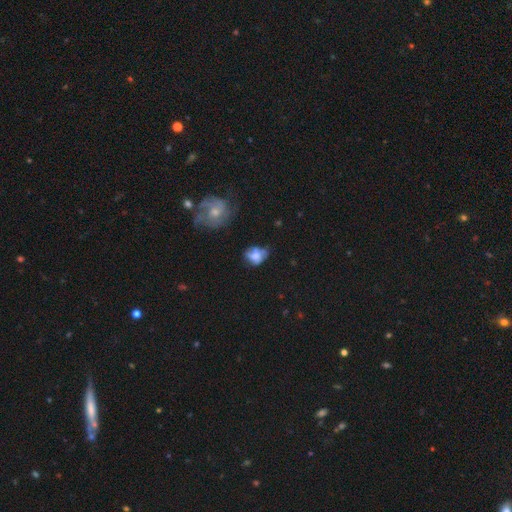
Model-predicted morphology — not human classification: Smooth or featured?
  - smooth: 54% *
  - featured or disk: 35%
  - star or artifact: 12%
How rounded?
  - in between: 59% *
  - round: 40%
  - cigar-shaped: 2%
Merging?
  - none: 41% *
  - minor disturbance: 28%
  - major disturbance: 20%
  - merger: 10%